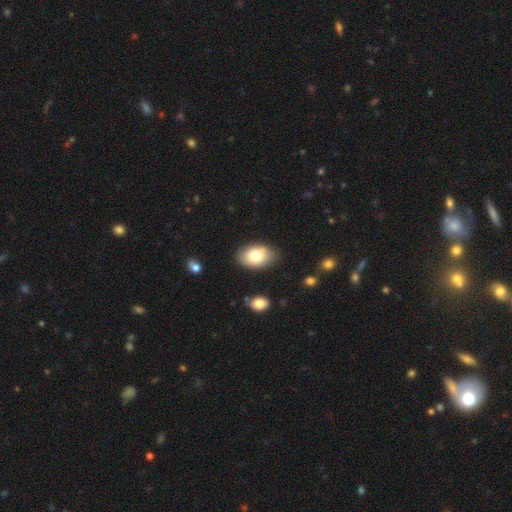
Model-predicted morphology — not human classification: Overall: smooth (77%). How rounded: in between (89%). Merging: none (84%).